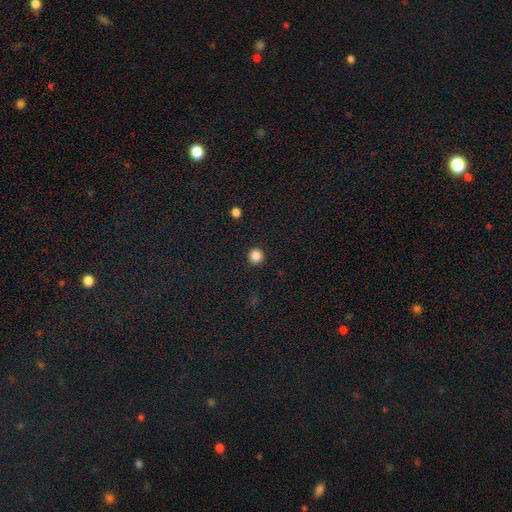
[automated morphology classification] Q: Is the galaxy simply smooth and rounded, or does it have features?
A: smooth — 87%.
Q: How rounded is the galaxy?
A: round — 94%.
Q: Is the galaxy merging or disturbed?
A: none — 93%.